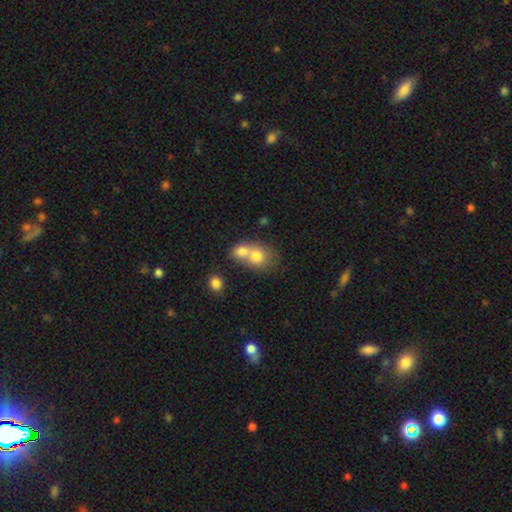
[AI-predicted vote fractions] This appears to be a smooth galaxy with no disk features (73%) that is round (63%). Merging: merger (67%).